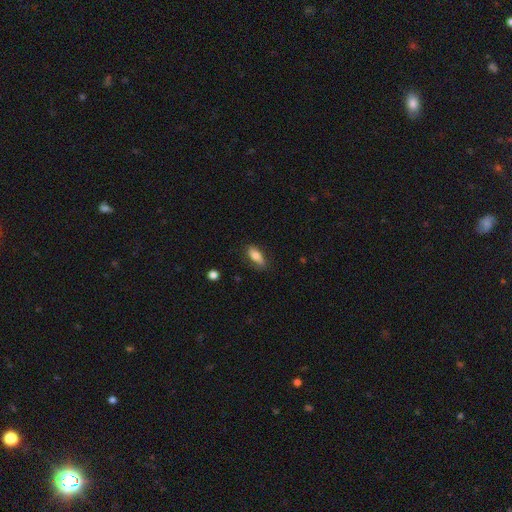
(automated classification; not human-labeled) The model was most divided on "smooth or featured": smooth: 74%, featured or disk: 19%, star or artifact: 7%. More confident: merging — none (78%); how rounded — in between (77%).